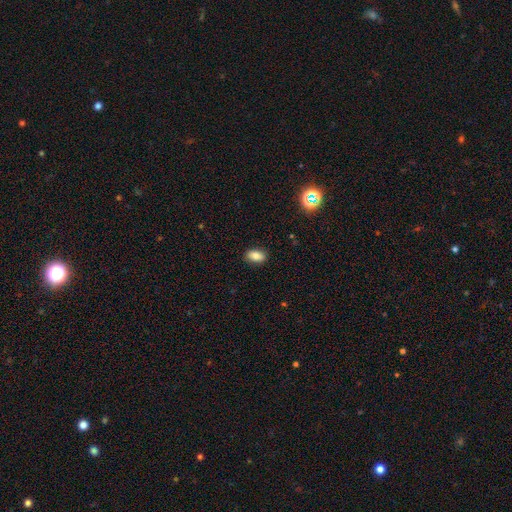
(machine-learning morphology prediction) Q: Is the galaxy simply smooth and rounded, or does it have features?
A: smooth — 83%.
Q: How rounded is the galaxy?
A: in between — 89%.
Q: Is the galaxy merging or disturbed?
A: none — 88%.